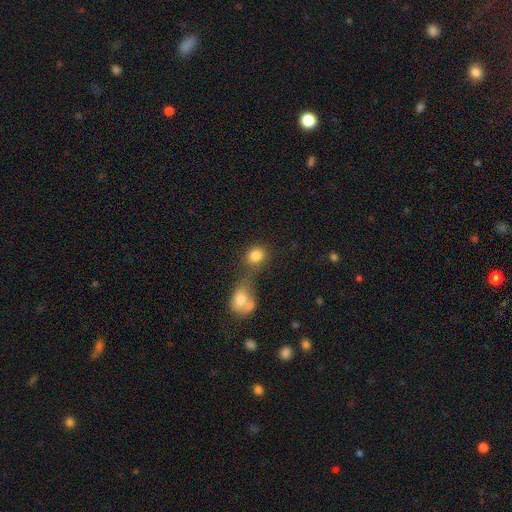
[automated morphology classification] smooth-or-featured: smooth: 82% | star or artifact: 10% | featured or disk: 8%
  how-rounded: round: 71% | in between: 27% | cigar-shaped: 1%
  merging: merger: 45% | none: 39% | minor disturbance: 9% | major disturbance: 6%